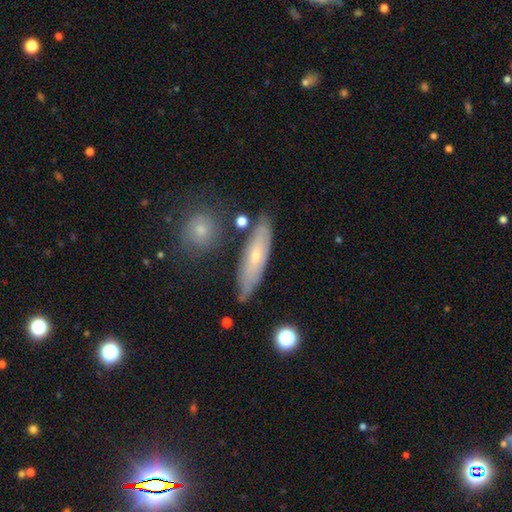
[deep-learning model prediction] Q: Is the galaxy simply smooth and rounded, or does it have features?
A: featured or disk — 49%.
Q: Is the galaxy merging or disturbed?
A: none — 74%.